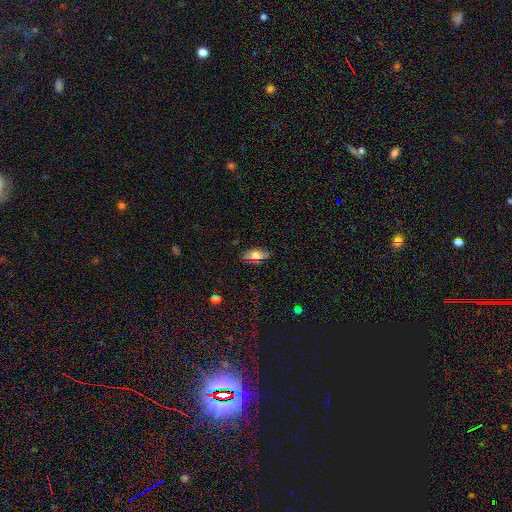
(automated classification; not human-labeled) Smooth or featured: smooth — 69% (featured or disk — 22%)
How rounded: in between — 85% (cigar-shaped — 11%)
Merging: none — 79% (minor disturbance — 16%)